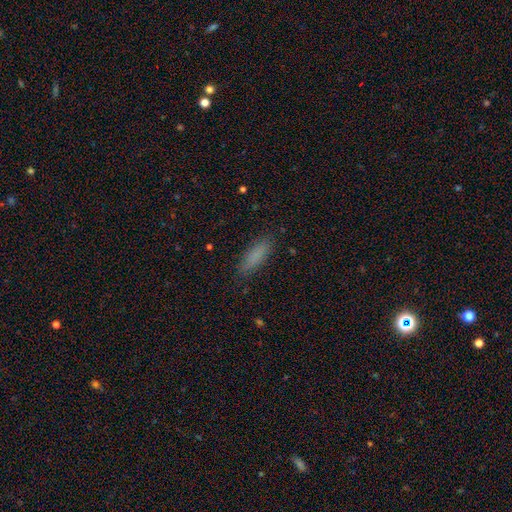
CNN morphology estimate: This is clearly a smooth galaxy (84%). How rounded: possibly cigar-shaped (58%). Merging: clearly none (86%).